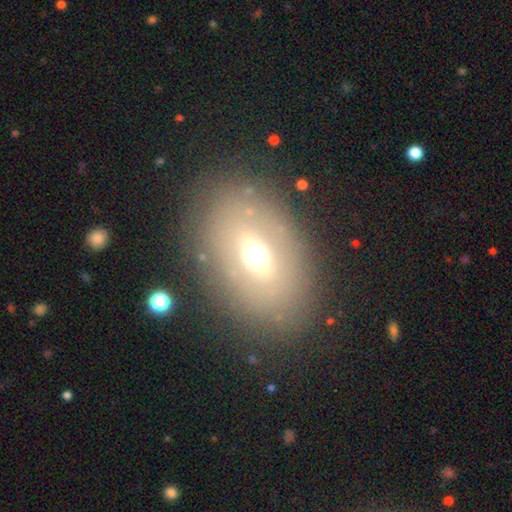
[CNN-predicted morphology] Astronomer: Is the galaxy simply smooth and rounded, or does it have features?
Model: smooth — 54% (runner-up: featured or disk, 30%).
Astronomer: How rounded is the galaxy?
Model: in between — 79%.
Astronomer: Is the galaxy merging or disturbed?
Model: none — 81%.